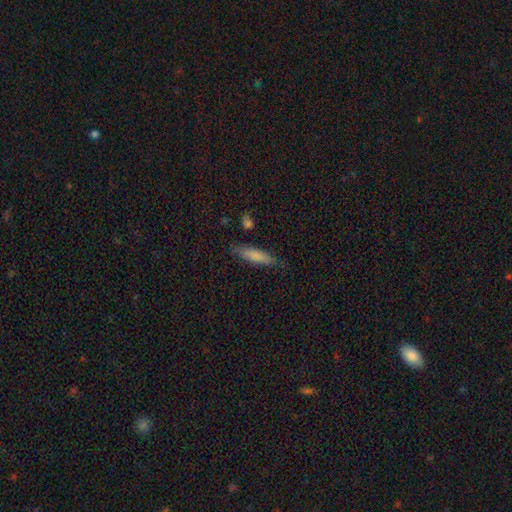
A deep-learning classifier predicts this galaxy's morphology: Smooth or featured? Predicted: smooth (p=0.79). How rounded? Predicted: cigar-shaped (p=0.73). Merging? Predicted: none (p=0.80).